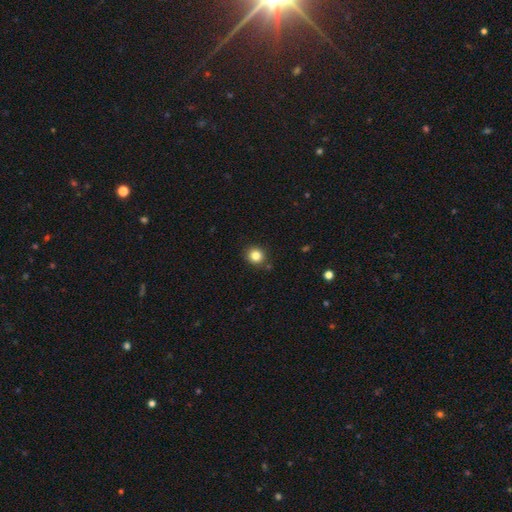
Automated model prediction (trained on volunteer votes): A smooth galaxy with no disk features (83%) that is round (88%). Merging: none (88%).